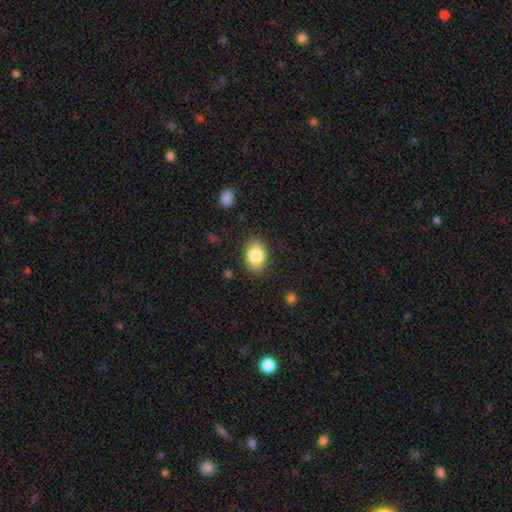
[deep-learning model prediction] Smooth or featured: smooth — 84% (featured or disk — 9%)
How rounded: in between — 85% (round — 14%)
Merging: none — 85% (minor disturbance — 11%)